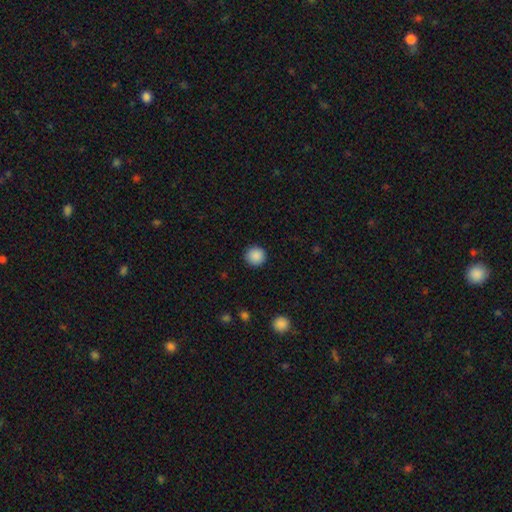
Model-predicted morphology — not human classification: Q: Smooth or featured?
A: smooth (89%); runner-up: star or artifact (9%)
Q: How rounded?
A: round (95%); runner-up: in between (4%)
Q: Merging?
A: none (92%); runner-up: minor disturbance (5%)